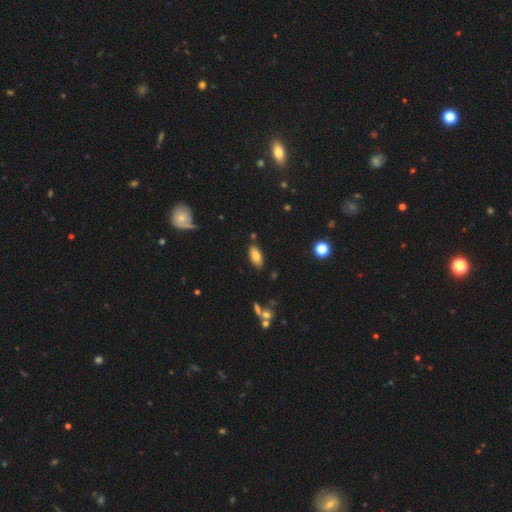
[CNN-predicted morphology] smooth-or-featured: smooth: 79% | featured or disk: 12% | star or artifact: 9%
  how-rounded: in between: 86% | cigar-shaped: 11% | round: 2%
  merging: none: 84% | minor disturbance: 11% | merger: 3% | major disturbance: 2%